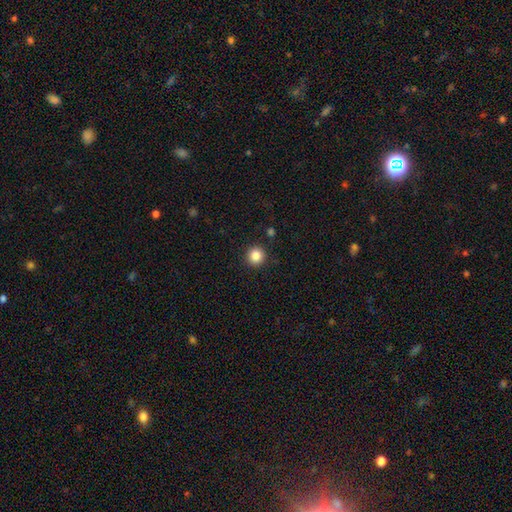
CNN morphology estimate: Smooth or featured: smooth — 86% (star or artifact — 10%)
How rounded: round — 94% (in between — 5%)
Merging: none — 92% (minor disturbance — 5%)